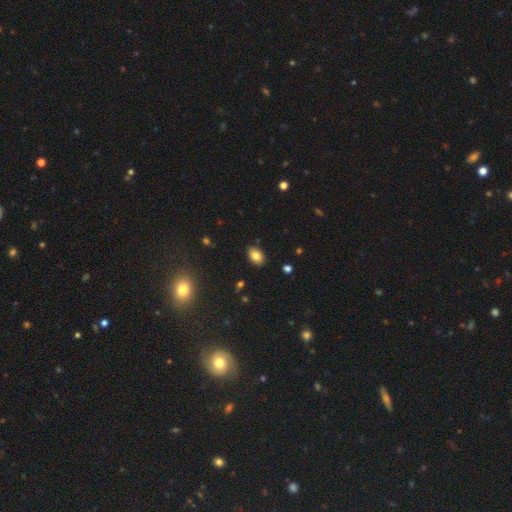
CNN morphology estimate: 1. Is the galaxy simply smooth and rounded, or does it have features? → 82% smooth, 10% star or artifact, 8% featured or disk.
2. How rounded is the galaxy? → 82% in between, 17% round, 1% cigar-shaped.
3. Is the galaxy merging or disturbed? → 87% none, 9% minor disturbance, 2% major disturbance, 1% merger.